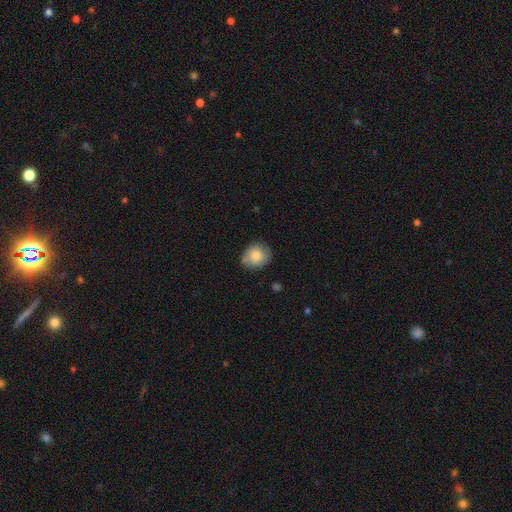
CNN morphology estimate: Smooth or featured?
  - smooth: 82% *
  - featured or disk: 11%
  - star or artifact: 8%
How rounded?
  - round: 77% *
  - in between: 22%
  - cigar-shaped: 1%
Merging?
  - none: 76% *
  - minor disturbance: 17%
  - major disturbance: 3%
  - merger: 3%